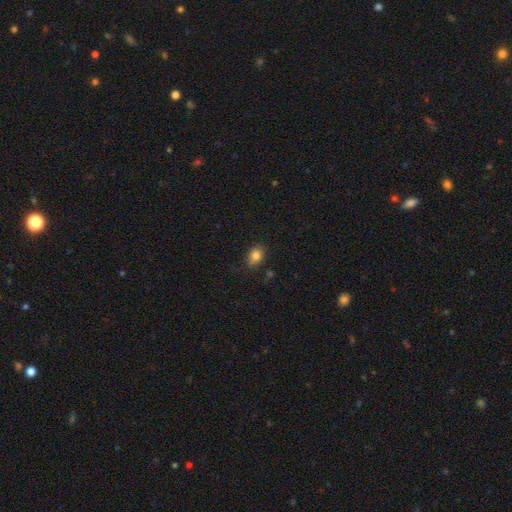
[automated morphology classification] smooth_or_featured: smooth (p=0.82) [alt: star or artifact p=0.10]
how_rounded: in between (p=0.65) [alt: round p=0.34]
merging: none (p=0.76) [alt: minor disturbance p=0.19]